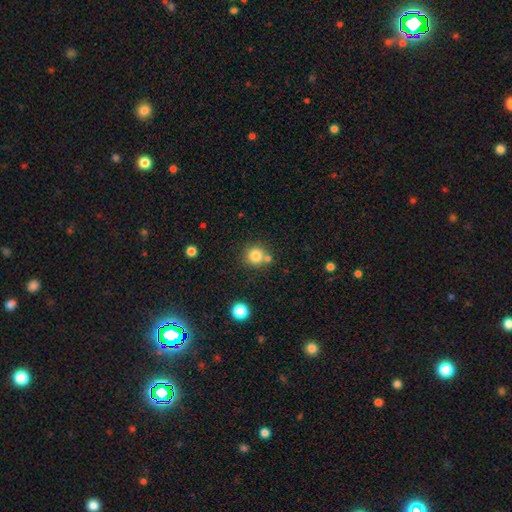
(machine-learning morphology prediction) smooth 81%, star or artifact 12%, featured or disk 7%. Down the decision tree: how rounded — round (93%); merging — none (71%).